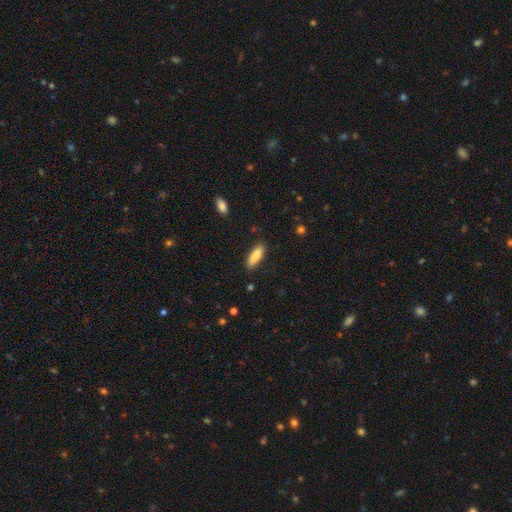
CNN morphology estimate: The model was most divided on "how rounded": in between: 53%, cigar-shaped: 45%, round: 2%. More confident: merging — none (85%); smooth or featured — smooth (82%).